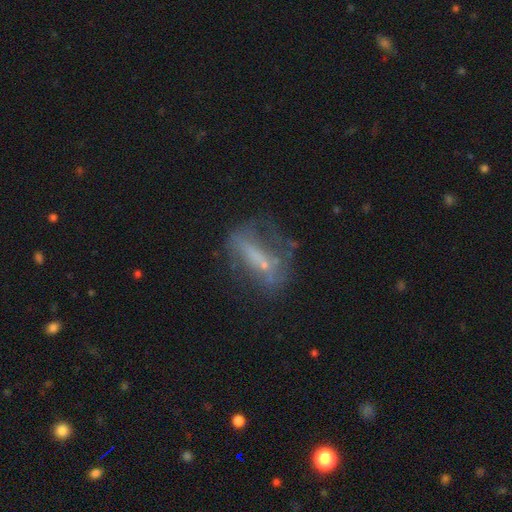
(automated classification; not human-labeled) This is possibly a featured or disk galaxy (54%). It is clearly not viewed edge-on (82%). Merging: possibly none (45%).